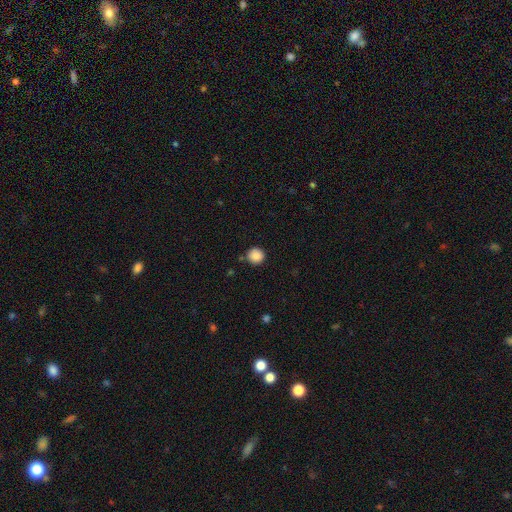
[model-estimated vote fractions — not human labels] smooth_or_featured: smooth (p=0.88) [alt: star or artifact p=0.09]
how_rounded: round (p=0.93) [alt: in between p=0.06]
merging: none (p=0.85) [alt: minor disturbance p=0.09]